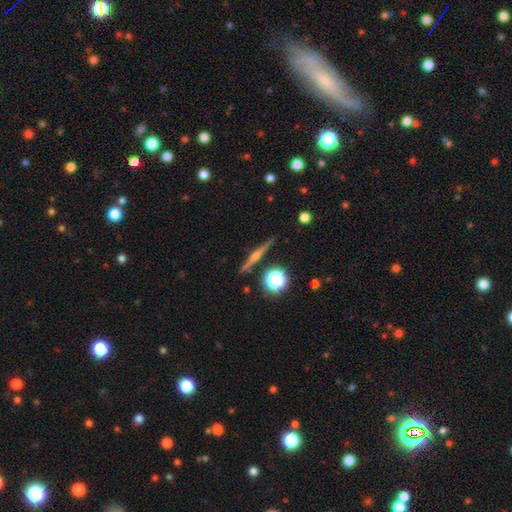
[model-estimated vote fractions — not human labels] Q: Smooth or featured?
A: featured or disk (71%); runner-up: smooth (19%)
Q: Edge-on disk?
A: yes (97%); runner-up: no (3%)
Q: Edge-on bulge?
A: rounded (85%); runner-up: none (8%)
Q: Merging?
A: none (89%); runner-up: minor disturbance (8%)